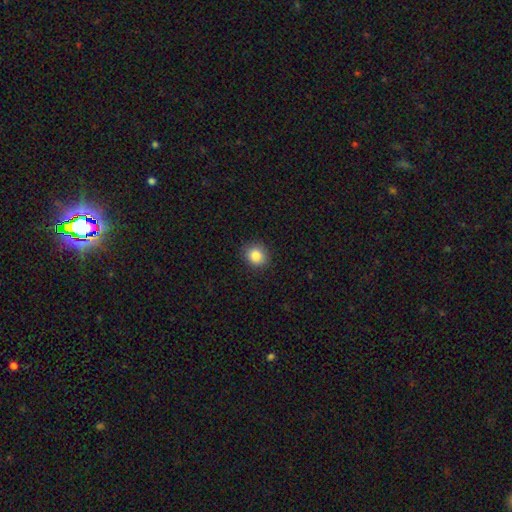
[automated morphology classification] Smooth or featured? smooth (85%)
How rounded? round (78%)
Merging? none (89%)